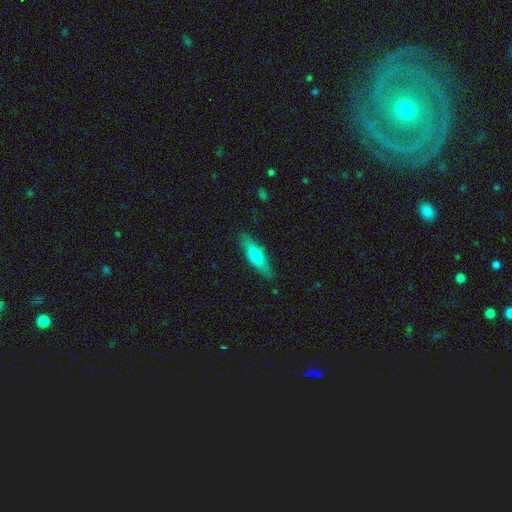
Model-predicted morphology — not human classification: The model was most divided on "smooth or featured": smooth: 61%, featured or disk: 34%, star or artifact: 6%. More confident: merging — none (86%); how rounded — cigar-shaped (68%).